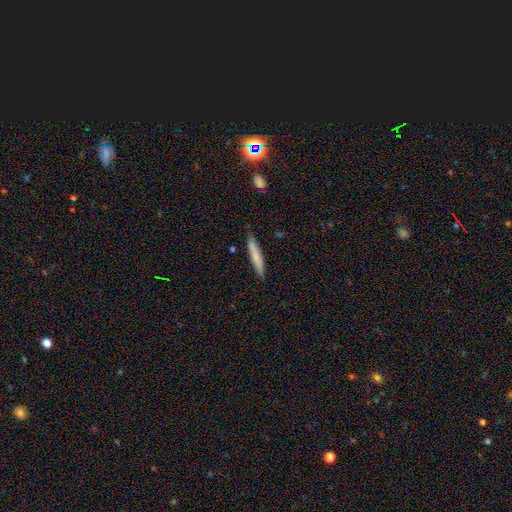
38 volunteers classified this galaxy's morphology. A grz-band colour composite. It shows a smooth galaxy with no disk features (66%) that is cigar-shaped (88%). Merging: none (89%).